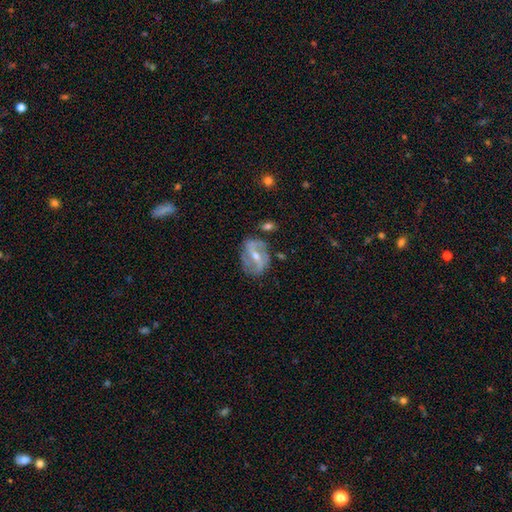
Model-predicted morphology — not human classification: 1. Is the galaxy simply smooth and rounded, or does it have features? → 80% featured or disk, 13% smooth, 7% star or artifact.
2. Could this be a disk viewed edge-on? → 95% no, 5% yes.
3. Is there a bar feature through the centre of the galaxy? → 46% strong, 36% weak, 18% no.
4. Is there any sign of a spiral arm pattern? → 85% yes, 15% no.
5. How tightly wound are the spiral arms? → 40% medium, 35% loose, 25% tight.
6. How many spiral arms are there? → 78% 2, 11% can't tell, 5% 3, 3% 1, 2% 4, 2% more than 4.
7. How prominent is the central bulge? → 56% moderate, 40% small, 2% large, 2% none, 1% dominant.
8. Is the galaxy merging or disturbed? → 69% none, 19% minor disturbance, 8% major disturbance, 4% merger.